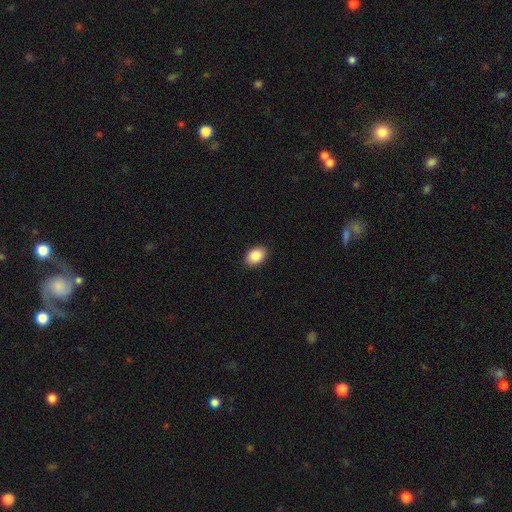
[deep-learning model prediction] This appears to be a smooth galaxy with no disk features (88%) that is in between round and cigar-shaped (77%). Merging: none (90%).